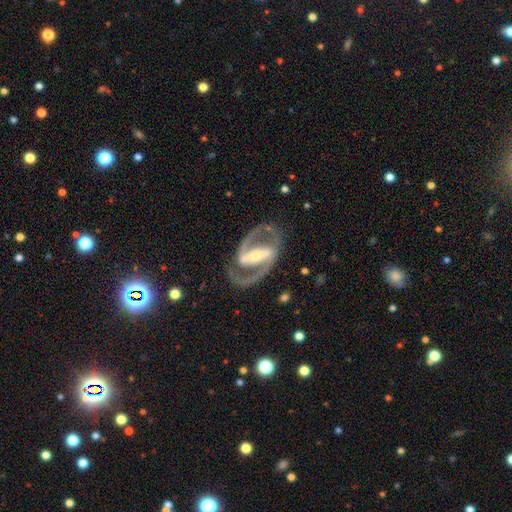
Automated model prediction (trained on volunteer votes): A featured or disk galaxy (92%) with a strong bar (78%), 2 (94%) medium (61%) spiral arms (96%) and a small central bulge (53%). Merging: none (83%).